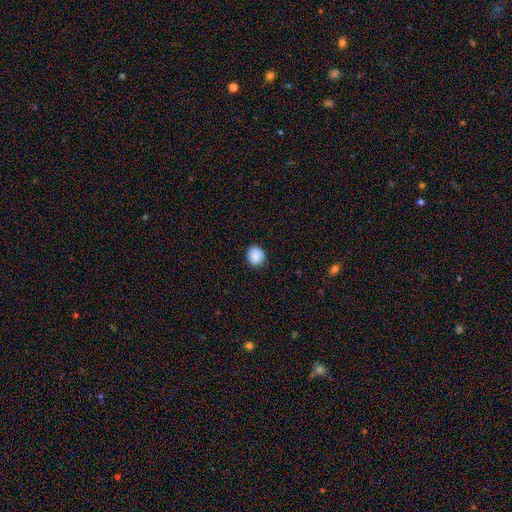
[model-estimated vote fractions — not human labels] A smooth galaxy with no disk features (88%) that is round (80%).

Vote fractions:
- Smooth or featured? smooth: 88% / star or artifact: 8% / featured or disk: 3%
- How rounded? round: 80% / in between: 19% / cigar-shaped: 1%
- Merging? none: 87% / minor disturbance: 10% / major disturbance: 2% / merger: 1%